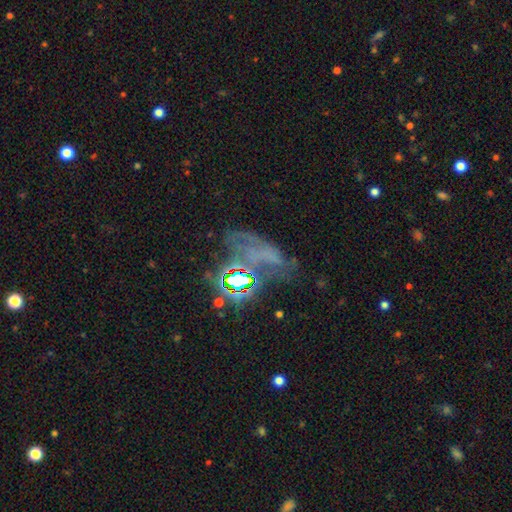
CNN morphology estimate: A star or artifact, not a galaxy (54%).